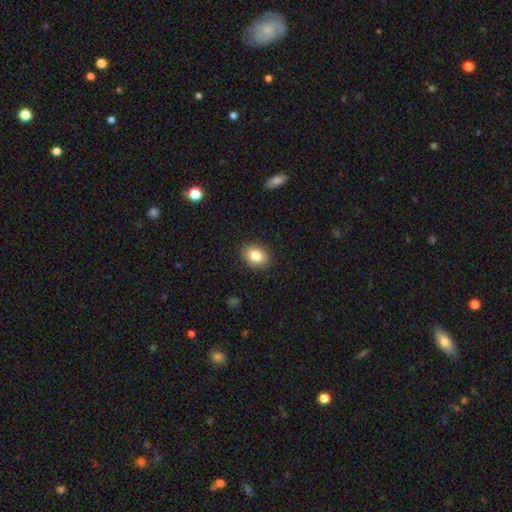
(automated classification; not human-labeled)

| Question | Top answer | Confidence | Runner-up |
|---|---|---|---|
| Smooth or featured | smooth | 84% | star or artifact (8%) |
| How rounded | in between | 71% | round (28%) |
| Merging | none | 89% | minor disturbance (8%) |